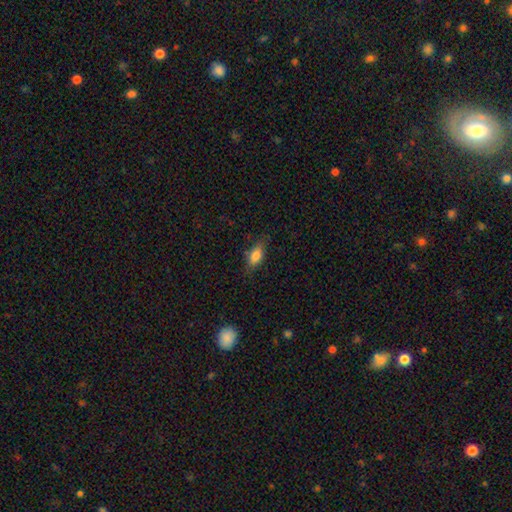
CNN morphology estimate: Overall: smooth (80%). How rounded: in between (83%). Merging: none (76%).